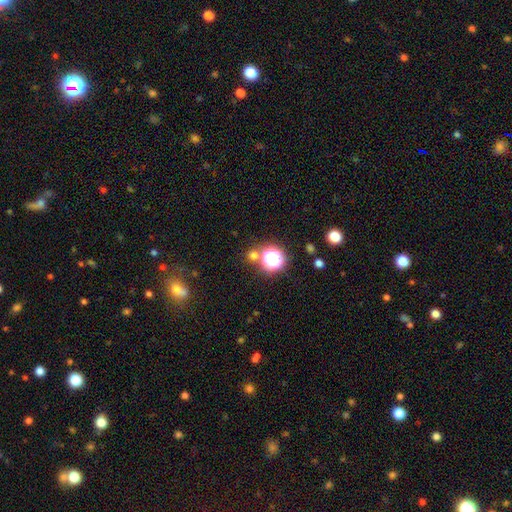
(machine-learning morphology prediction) Smooth or featured? star or artifact (61%)